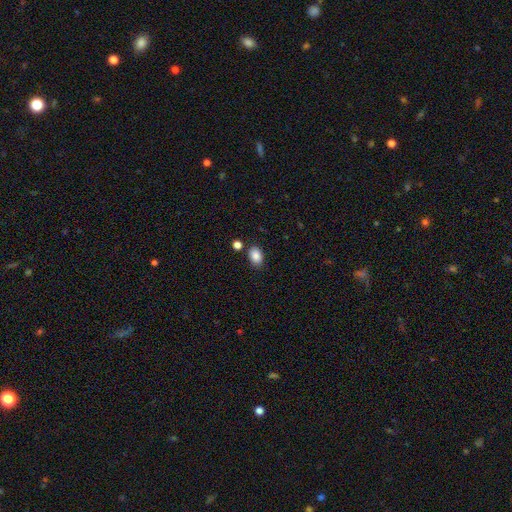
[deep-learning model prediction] Smooth or featured? Predicted: smooth (p=0.87). How rounded? Predicted: in between (p=0.82). Merging? Predicted: none (p=0.81).